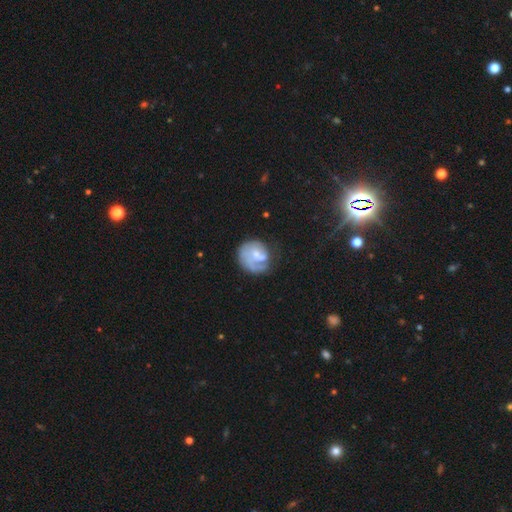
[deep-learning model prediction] This appears to be a featured or disk galaxy (55%) with no bar (60%), spiral arms (69%) and a small central bulge (38%). Merging: none (52%).